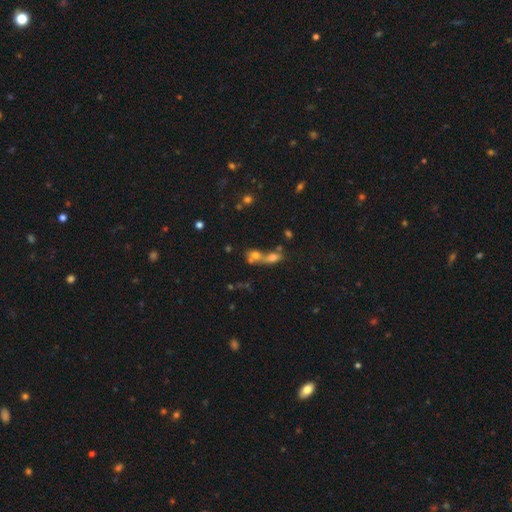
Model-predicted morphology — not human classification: Smooth or featured?
  - smooth: 60% *
  - featured or disk: 21%
  - star or artifact: 19%
How rounded?
  - in between: 53% *
  - round: 41%
  - cigar-shaped: 6%
Merging?
  - merger: 70% *
  - none: 19%
  - minor disturbance: 6%
  - major disturbance: 6%